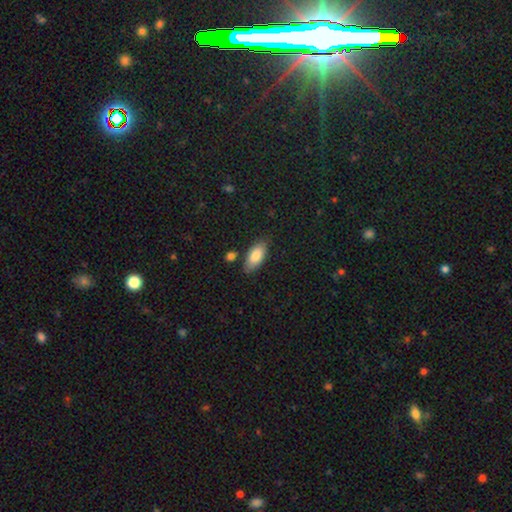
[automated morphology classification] Smooth or featured?
  - smooth: 83% *
  - featured or disk: 11%
  - star or artifact: 6%
How rounded?
  - in between: 88% *
  - cigar-shaped: 10%
  - round: 2%
Merging?
  - none: 79% *
  - minor disturbance: 14%
  - merger: 4%
  - major disturbance: 3%